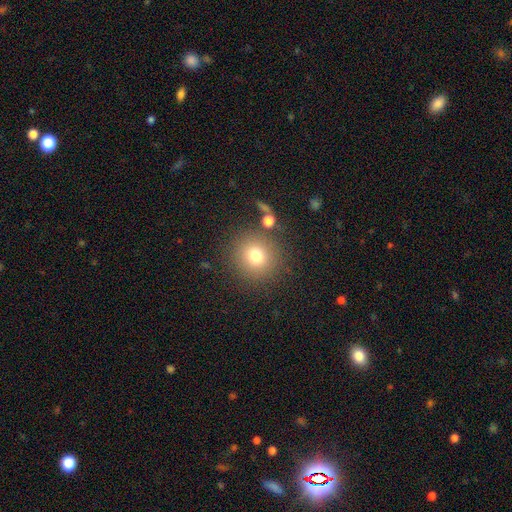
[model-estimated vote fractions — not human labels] Overall: smooth (76%). How rounded: round (92%). Merging: none (83%).